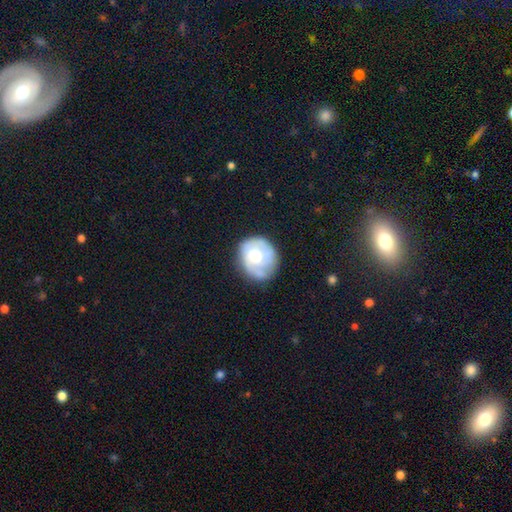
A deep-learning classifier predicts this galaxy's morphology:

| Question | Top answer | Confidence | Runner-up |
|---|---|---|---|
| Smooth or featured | featured or disk | 54% | smooth (40%) |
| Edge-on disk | no | 98% | yes (2%) |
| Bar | no | 79% | weak (18%) |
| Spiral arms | yes | 67% | no (33%) |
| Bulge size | moderate | 43% | large (32%) |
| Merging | none | 66% | minor disturbance (23%) |